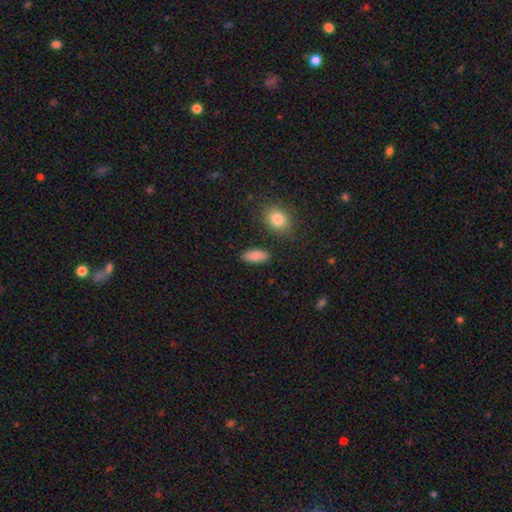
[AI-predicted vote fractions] Q: Smooth or featured?
A: smooth (86%); runner-up: star or artifact (7%)
Q: How rounded?
A: in between (85%); runner-up: cigar-shaped (11%)
Q: Merging?
A: none (86%); runner-up: minor disturbance (9%)